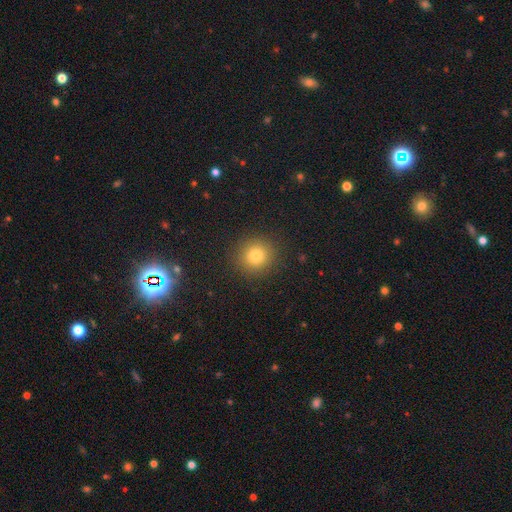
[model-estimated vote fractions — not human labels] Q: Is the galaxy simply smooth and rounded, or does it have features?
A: smooth — 77%.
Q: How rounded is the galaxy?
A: round — 92%.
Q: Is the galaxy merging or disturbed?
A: none — 91%.